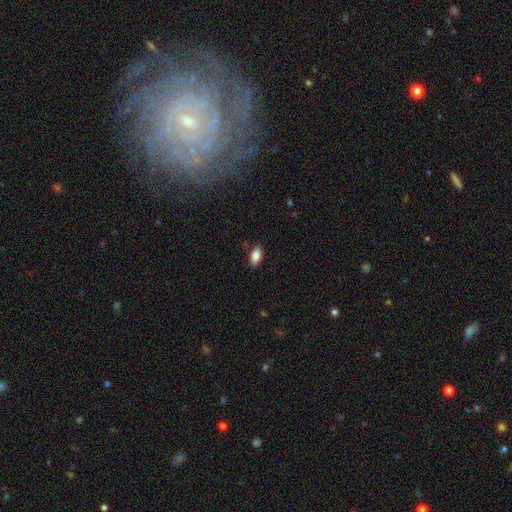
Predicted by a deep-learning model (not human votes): A smooth galaxy with no disk features (87%) that is in between round and cigar-shaped (92%).

Vote fractions:
- Smooth or featured? smooth: 87% / star or artifact: 8% / featured or disk: 5%
- How rounded? in between: 92% / round: 5% / cigar-shaped: 3%
- Merging? none: 87% / minor disturbance: 10% / major disturbance: 2% / merger: 1%